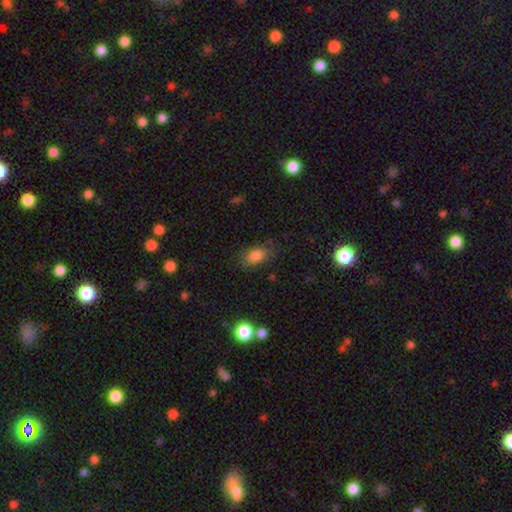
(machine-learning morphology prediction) Smooth or featured: smooth — 81% (featured or disk — 9%)
How rounded: in between — 87% (round — 9%)
Merging: none — 77% (minor disturbance — 17%)